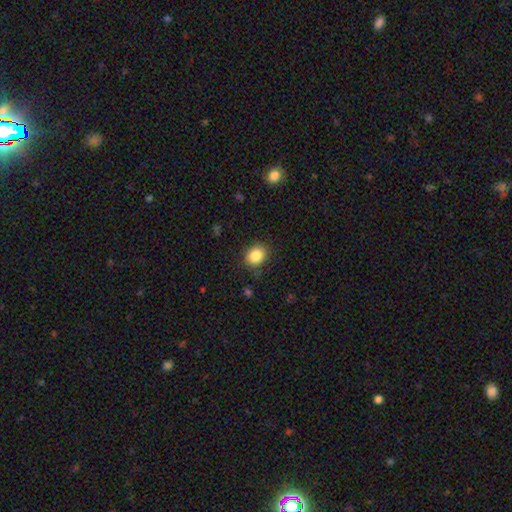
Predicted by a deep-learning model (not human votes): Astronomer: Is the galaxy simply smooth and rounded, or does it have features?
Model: smooth — 86%.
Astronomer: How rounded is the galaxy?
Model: round — 56% (runner-up: in between, 43%).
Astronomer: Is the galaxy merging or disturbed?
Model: none — 84%.